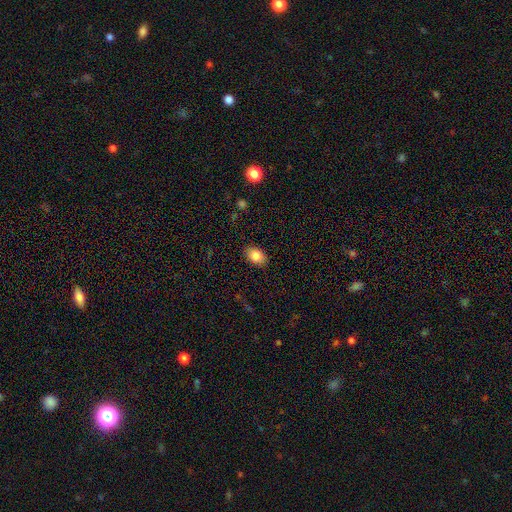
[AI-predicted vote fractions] This appears to be a smooth galaxy with no disk features (85%) that is in between round and cigar-shaped (84%). Merging: none (86%).